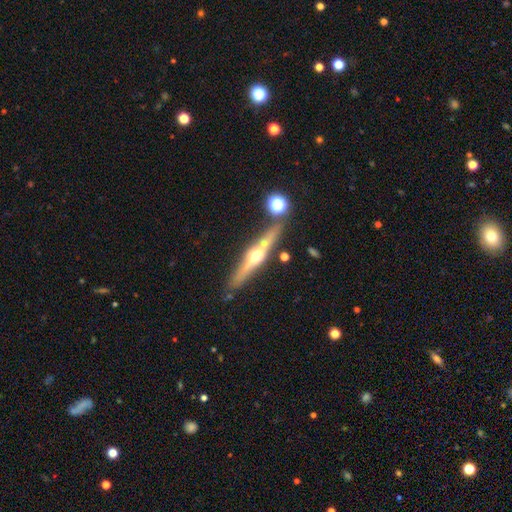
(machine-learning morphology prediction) Q: Smooth or featured?
A: featured or disk (72%); runner-up: smooth (21%)
Q: Edge-on disk?
A: yes (96%); runner-up: no (4%)
Q: Edge-on bulge?
A: rounded (92%); runner-up: none (4%)
Q: Merging?
A: none (81%); runner-up: minor disturbance (10%)